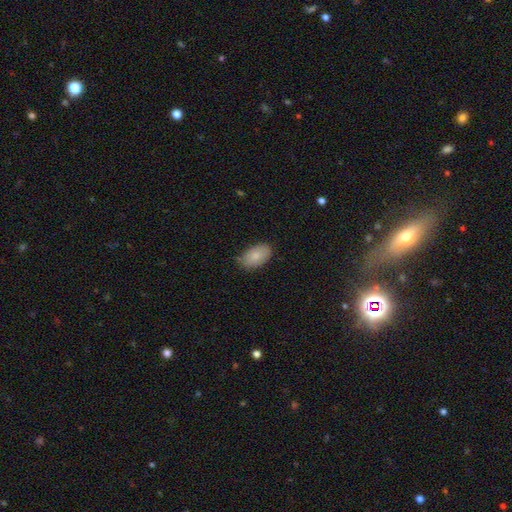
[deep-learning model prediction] Overall: smooth (83%). How rounded: in between (93%). Merging: none (82%).